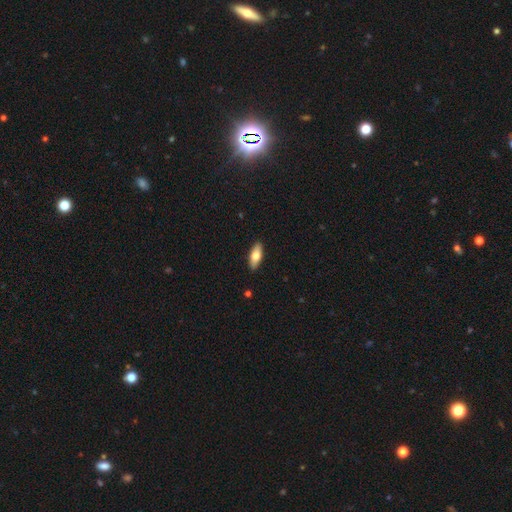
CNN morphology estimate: smooth-or-featured: smooth: 70% | featured or disk: 24% | star or artifact: 6%
  how-rounded: in between: 73% | cigar-shaped: 25% | round: 3%
  merging: none: 90% | minor disturbance: 7% | major disturbance: 2% | merger: 1%